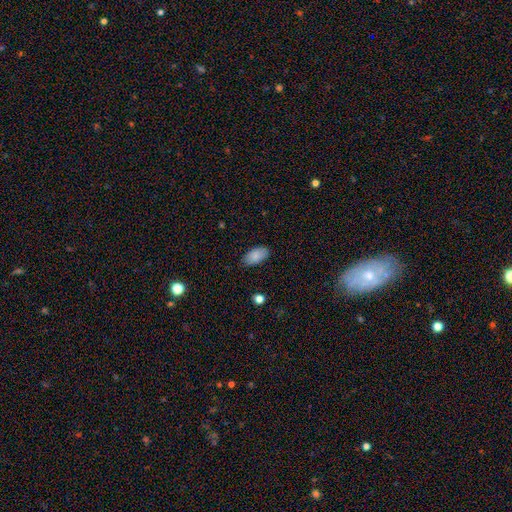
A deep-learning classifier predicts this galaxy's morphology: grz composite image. It shows a smooth galaxy with no disk features (87%) that is in between round and cigar-shaped (94%). Merging: none (81%).